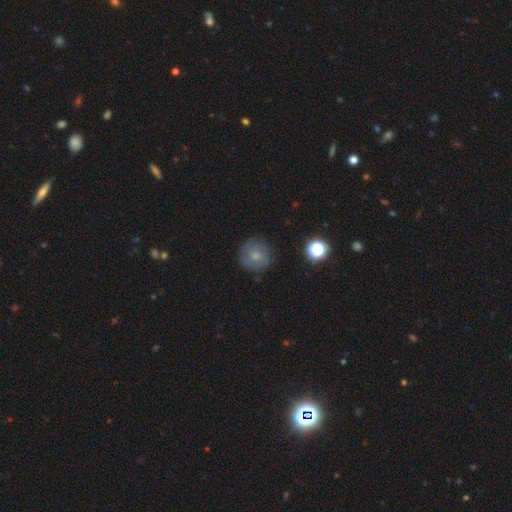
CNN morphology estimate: This appears to be a smooth galaxy with no disk features (70%) that is round (92%). Merging: none (80%).